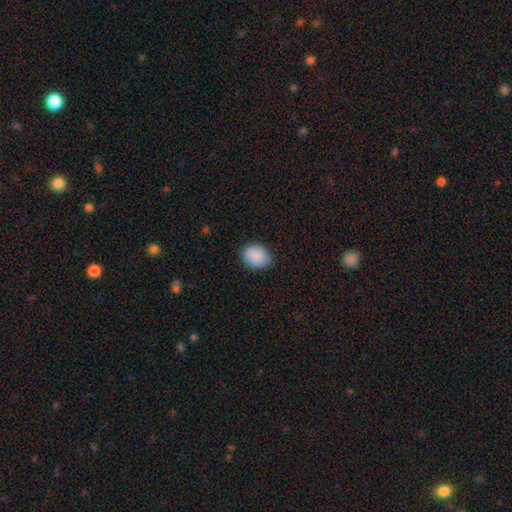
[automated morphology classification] smooth-or-featured: smooth: 89% | star or artifact: 7% | featured or disk: 4%
  how-rounded: round: 53% | in between: 46% | cigar-shaped: 1%
  merging: none: 83% | minor disturbance: 13% | major disturbance: 3% | merger: 1%